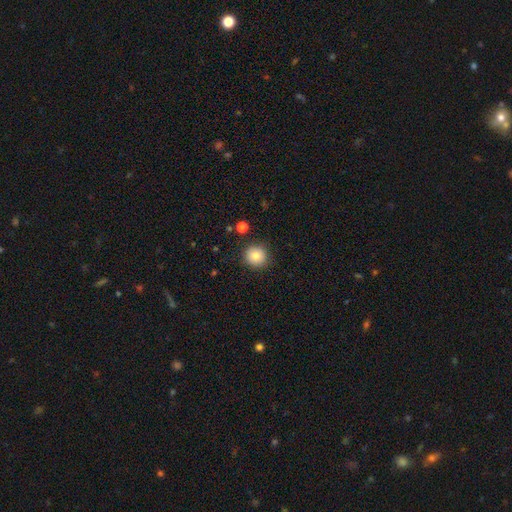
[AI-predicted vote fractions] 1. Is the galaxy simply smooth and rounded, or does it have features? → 83% smooth, 10% star or artifact, 8% featured or disk.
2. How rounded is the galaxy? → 92% round, 7% in between, 1% cigar-shaped.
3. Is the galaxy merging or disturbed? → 89% none, 7% minor disturbance, 2% major disturbance, 2% merger.